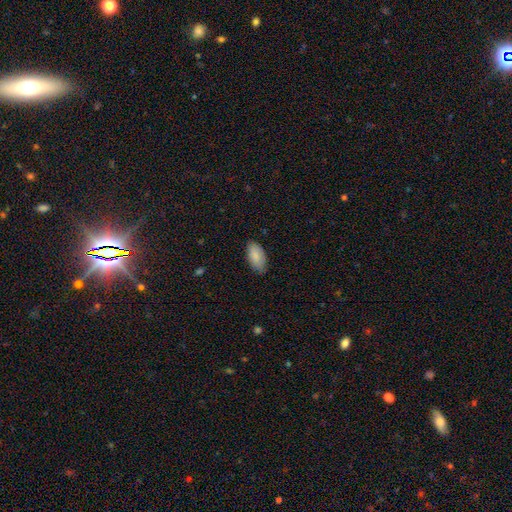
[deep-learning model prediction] smooth 87%, featured or disk 8%, star or artifact 6%. Down the decision tree: how rounded — in between (94%); merging — none (80%).